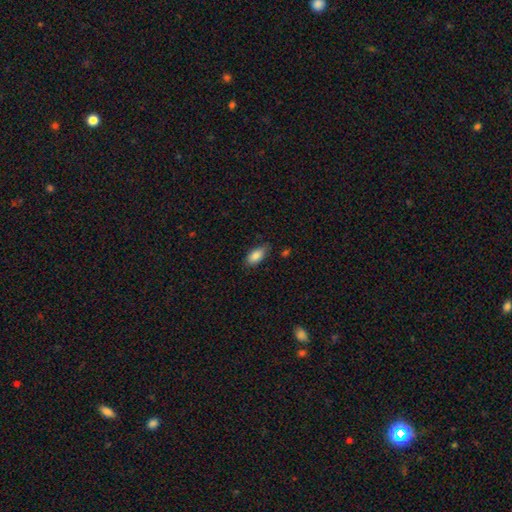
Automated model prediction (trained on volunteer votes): smooth_or_featured: smooth (p=0.86) [alt: star or artifact p=0.07]
how_rounded: in between (p=0.89) [alt: cigar-shaped p=0.08]
merging: none (p=0.76) [alt: minor disturbance p=0.19]